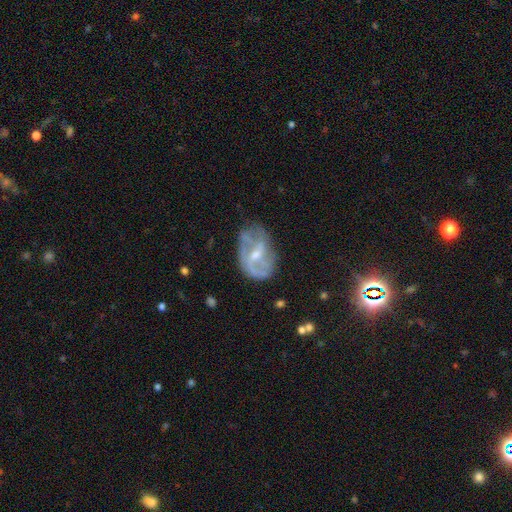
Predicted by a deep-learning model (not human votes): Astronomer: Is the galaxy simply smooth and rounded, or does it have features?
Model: featured or disk — 75%.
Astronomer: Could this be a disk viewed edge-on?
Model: no — 96%.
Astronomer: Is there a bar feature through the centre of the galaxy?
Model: weak — 50% (runner-up: no, 30%).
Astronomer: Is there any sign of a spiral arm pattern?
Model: yes — 77%.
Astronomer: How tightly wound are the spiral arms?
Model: loose — 41% (runner-up: medium, 39%).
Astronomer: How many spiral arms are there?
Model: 2 — 49% (runner-up: can't tell, 27%).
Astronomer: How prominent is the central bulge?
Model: small — 49% (runner-up: moderate, 43%).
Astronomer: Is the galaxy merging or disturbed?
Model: none — 53%.